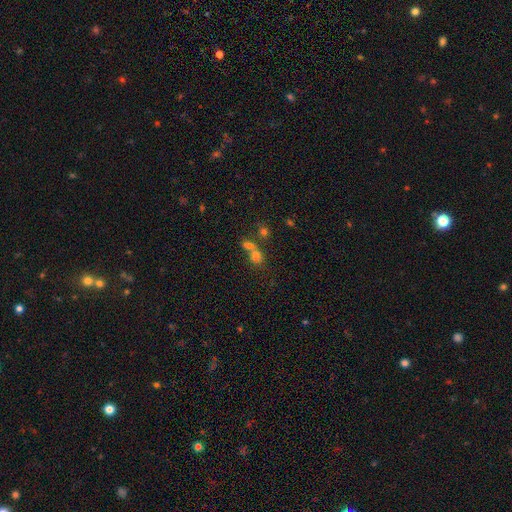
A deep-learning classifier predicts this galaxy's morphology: The model was most divided on "merging": merger: 57%, none: 33%, minor disturbance: 6%, major disturbance: 4%. More confident: how rounded — round (71%); smooth or featured — smooth (71%).